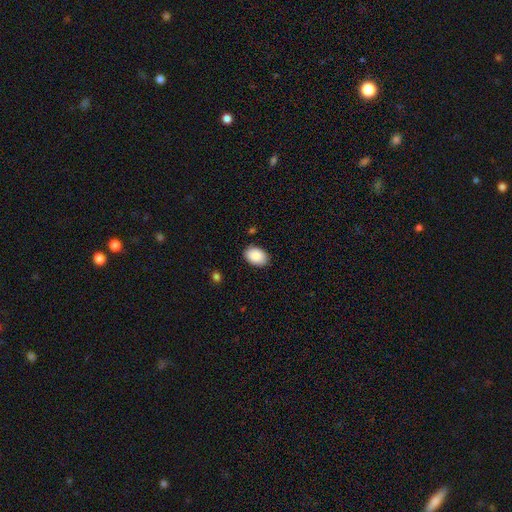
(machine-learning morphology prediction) smooth 89%, star or artifact 6%, featured or disk 5%. Down the decision tree: how rounded — in between (87%); merging — none (87%).